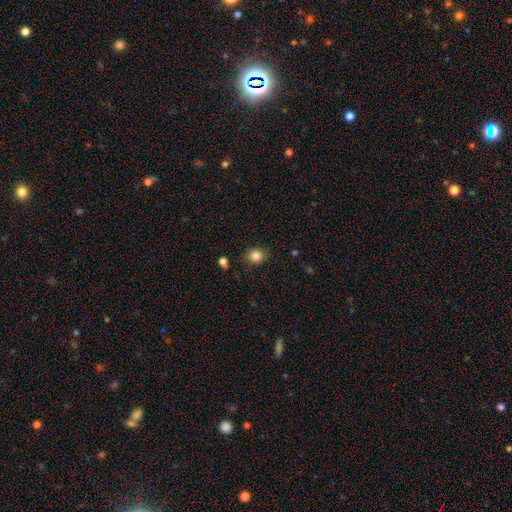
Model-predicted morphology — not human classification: A smooth galaxy with no disk features (85%) that is round (86%). Merging: none (86%).